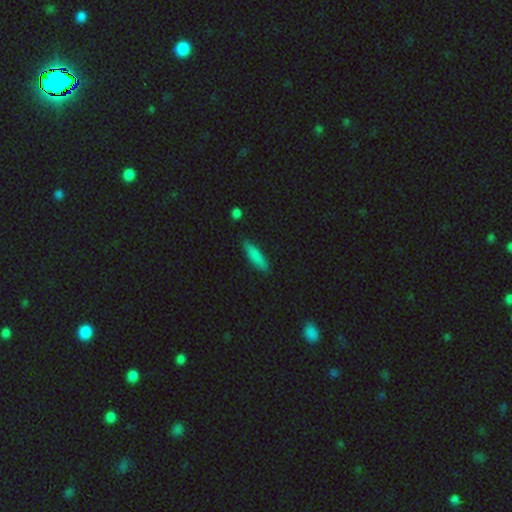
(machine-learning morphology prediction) Smooth or featured?
  - smooth: 81% *
  - featured or disk: 12%
  - star or artifact: 8%
How rounded?
  - cigar-shaped: 69% *
  - in between: 29%
  - round: 2%
Merging?
  - none: 83% *
  - minor disturbance: 13%
  - major disturbance: 2%
  - merger: 2%